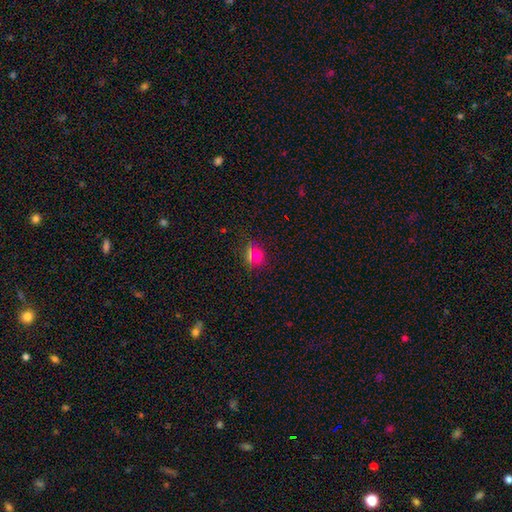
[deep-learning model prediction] The model was most divided on "smooth or featured": smooth: 67%, star or artifact: 25%, featured or disk: 8%. More confident: merging — none (78%); how rounded — round (76%).